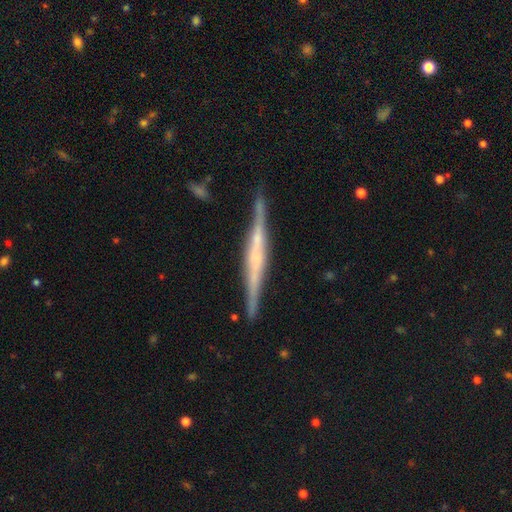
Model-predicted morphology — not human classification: Smooth or featured? Predicted: featured or disk (p=0.76). Edge-on disk? Predicted: yes (p=0.98). Edge-on bulge? Predicted: rounded (p=0.38). Merging? Predicted: none (p=0.86).